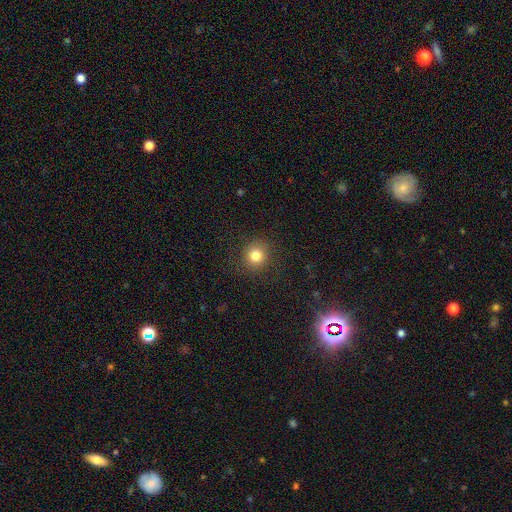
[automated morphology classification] smooth-or-featured: smooth: 81% | star or artifact: 13% | featured or disk: 6%
  how-rounded: round: 91% | in between: 8% | cigar-shaped: 1%
  merging: none: 90% | minor disturbance: 6% | major disturbance: 3% | merger: 1%